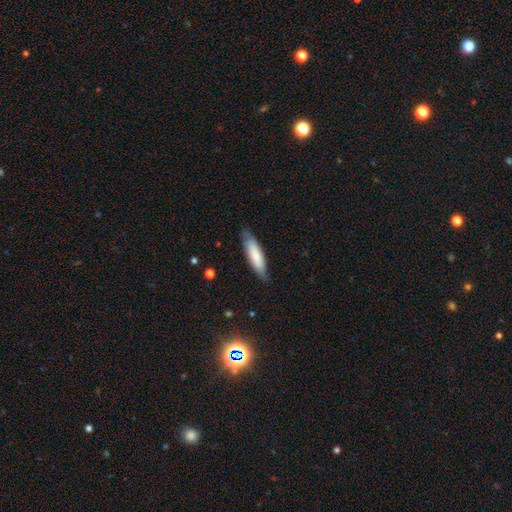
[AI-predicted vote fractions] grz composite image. It shows a smooth galaxy with no disk features (79%) that is cigar-shaped (67%). Merging: none (80%).